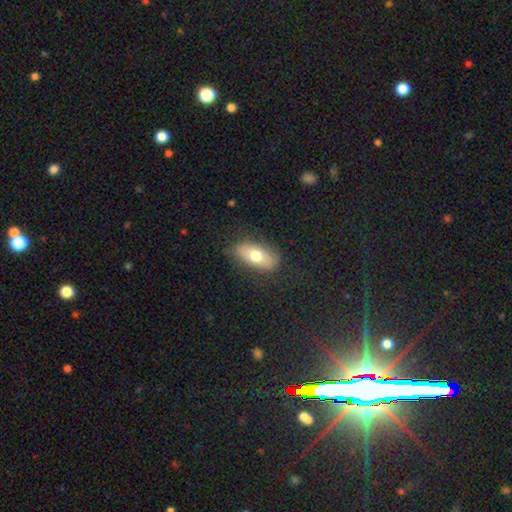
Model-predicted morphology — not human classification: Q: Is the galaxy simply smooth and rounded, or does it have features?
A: smooth — 70%.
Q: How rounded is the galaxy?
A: in between — 87%.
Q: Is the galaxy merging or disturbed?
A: none — 82%.